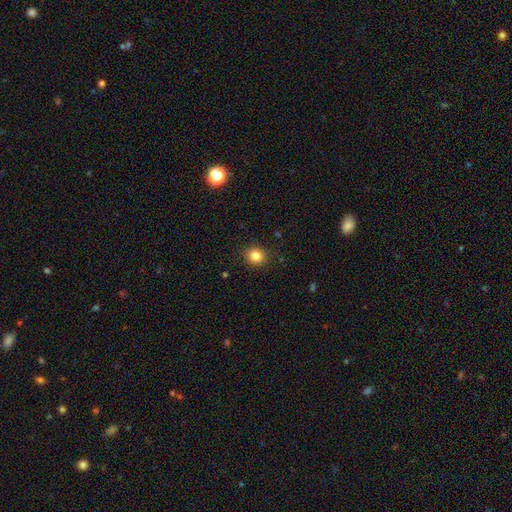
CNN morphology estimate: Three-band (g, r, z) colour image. It shows a smooth galaxy with no disk features (84%) that is round (76%). Merging: none (89%).